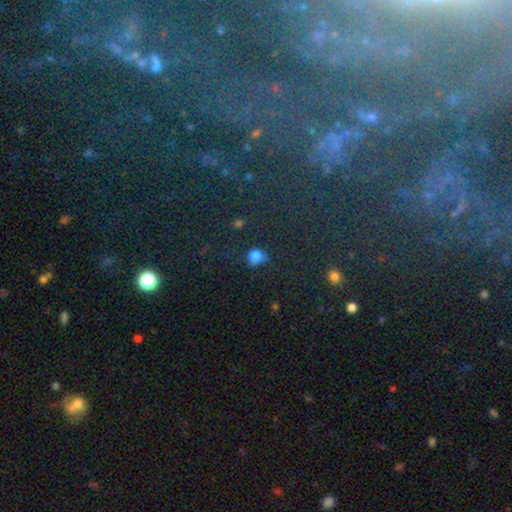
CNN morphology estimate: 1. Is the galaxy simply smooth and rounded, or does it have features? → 74% smooth, 18% star or artifact, 8% featured or disk.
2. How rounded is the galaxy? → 71% round, 28% in between, 2% cigar-shaped.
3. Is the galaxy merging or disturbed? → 52% none, 27% minor disturbance, 14% major disturbance, 7% merger.